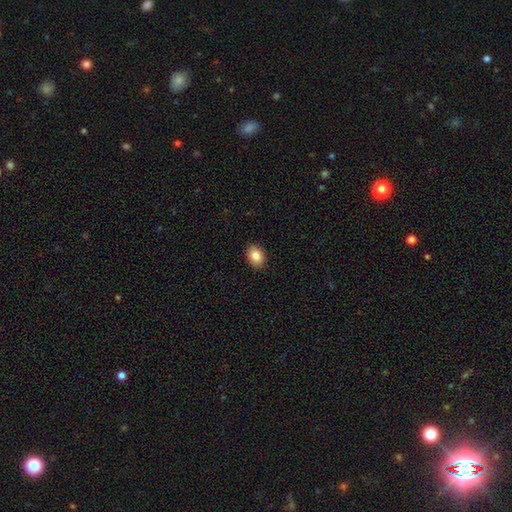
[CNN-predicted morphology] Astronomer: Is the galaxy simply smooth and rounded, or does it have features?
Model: smooth — 85%.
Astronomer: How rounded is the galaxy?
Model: in between — 69%.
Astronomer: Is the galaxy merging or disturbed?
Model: none — 90%.